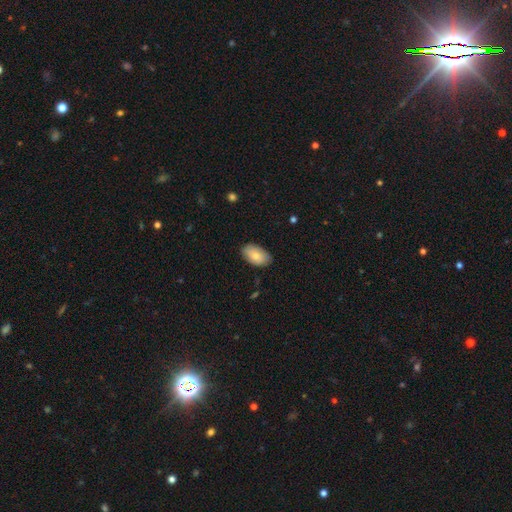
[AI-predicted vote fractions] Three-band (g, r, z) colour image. It shows a smooth galaxy with no disk features (79%) that is in between round and cigar-shaped (93%). Merging: none (80%).